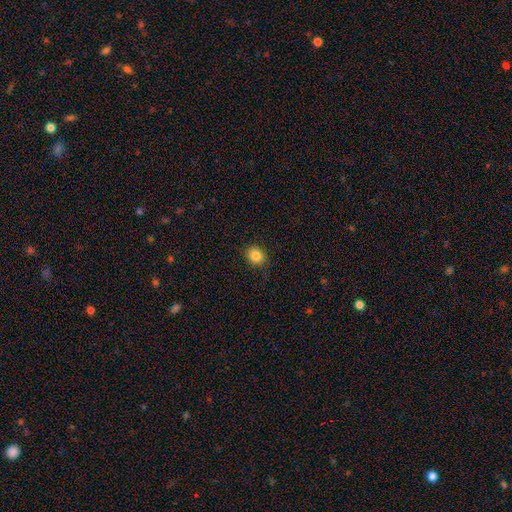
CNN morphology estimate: Q: Smooth or featured?
A: smooth (84%); runner-up: star or artifact (10%)
Q: How rounded?
A: round (70%); runner-up: in between (29%)
Q: Merging?
A: none (86%); runner-up: minor disturbance (11%)